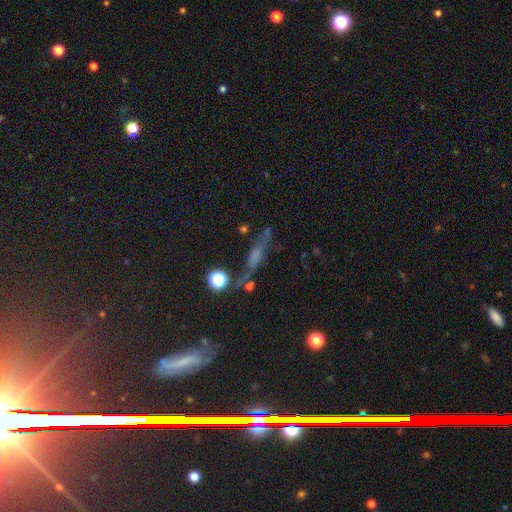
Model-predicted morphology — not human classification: A smooth galaxy with no disk features (40%).

Vote fractions:
- Smooth or featured? smooth: 40% / featured or disk: 37% / star or artifact: 24%
- Merging? none: 65% / minor disturbance: 17% / merger: 9% / major disturbance: 9%